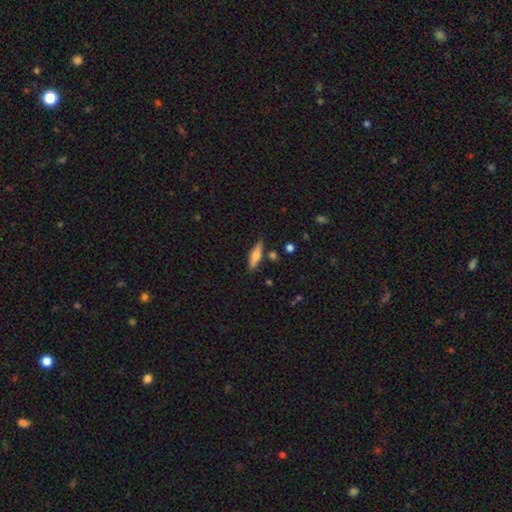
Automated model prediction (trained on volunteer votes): This appears to be a smooth galaxy with no disk features (53%) that is cigar-shaped (66%). Merging: none (80%).